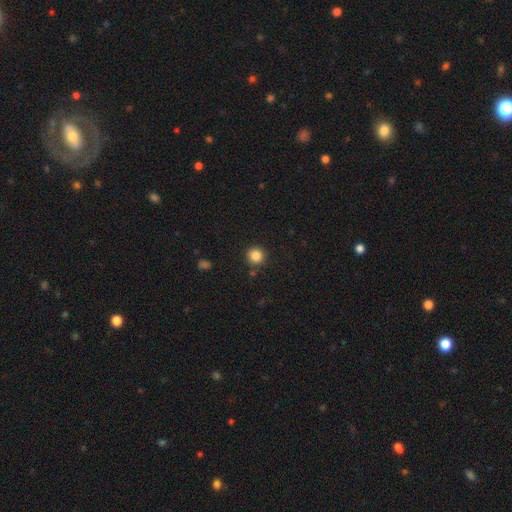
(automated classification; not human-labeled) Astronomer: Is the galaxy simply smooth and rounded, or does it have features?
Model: smooth — 85%.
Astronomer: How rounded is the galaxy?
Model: round — 94%.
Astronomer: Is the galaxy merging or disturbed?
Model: none — 88%.